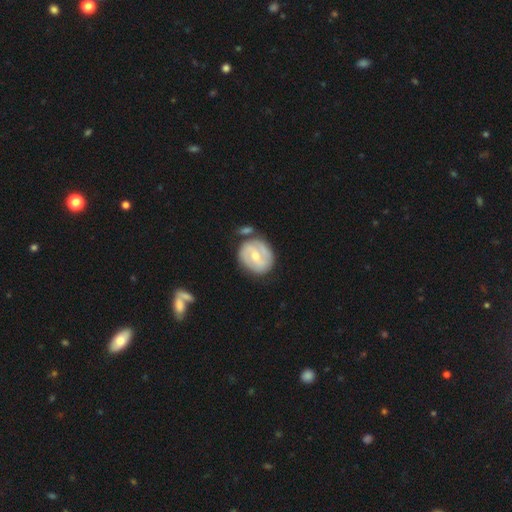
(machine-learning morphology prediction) Smooth or featured? featured or disk (72%)
Edge-on disk? no (97%)
Bar? weak (52%)
Spiral arms? yes (84%)
Spiral winding? tight (54%)
Spiral arm count? 2 (66%)
Bulge size? moderate (58%)
Merging? none (63%)